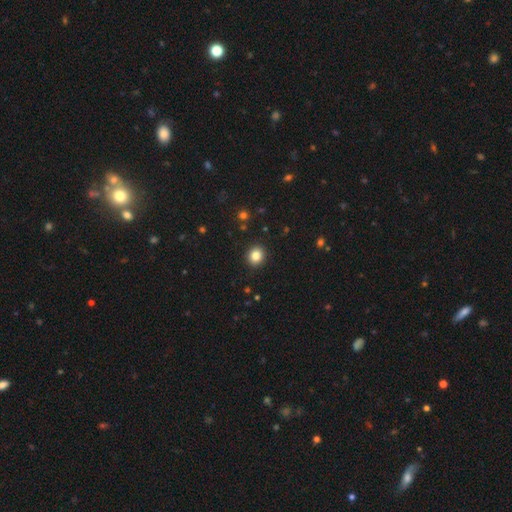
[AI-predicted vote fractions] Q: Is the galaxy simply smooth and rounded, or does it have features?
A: smooth — 83%.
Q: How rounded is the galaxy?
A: round — 82%.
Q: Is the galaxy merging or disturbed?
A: none — 92%.